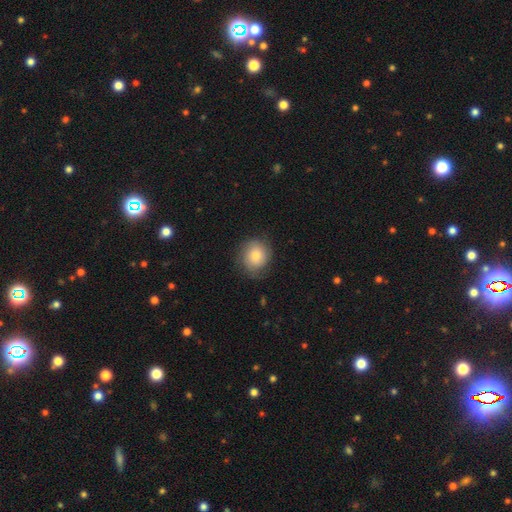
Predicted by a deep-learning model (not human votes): This appears to be a smooth galaxy with no disk features (74%) that is round (81%). Merging: none (72%).